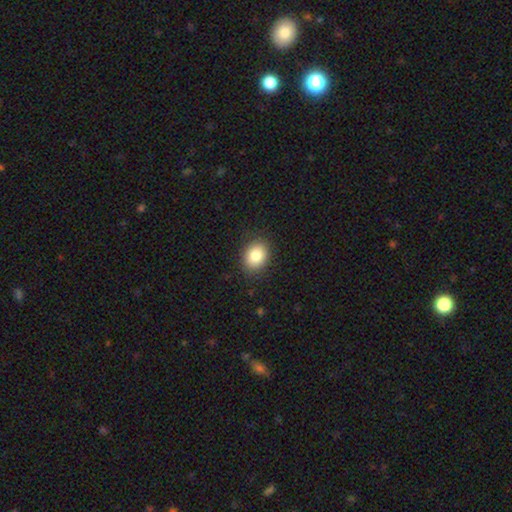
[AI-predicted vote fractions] Smooth or featured?
  - smooth: 84% *
  - star or artifact: 9%
  - featured or disk: 7%
How rounded?
  - in between: 56% *
  - round: 43%
  - cigar-shaped: 1%
Merging?
  - none: 89% *
  - minor disturbance: 8%
  - major disturbance: 2%
  - merger: 1%